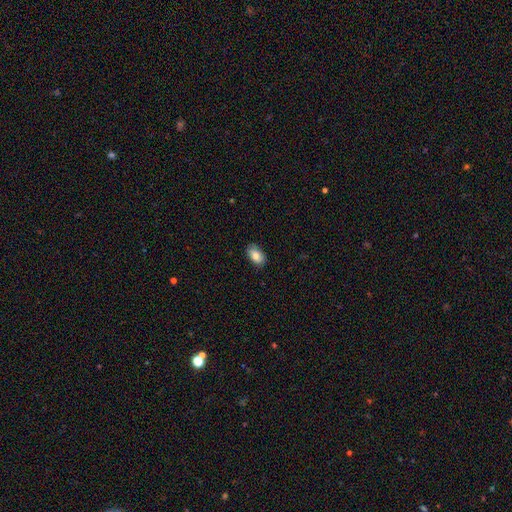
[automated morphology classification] This appears to be a smooth galaxy with no disk features (83%) that is in between round and cigar-shaped (92%). Merging: none (84%).